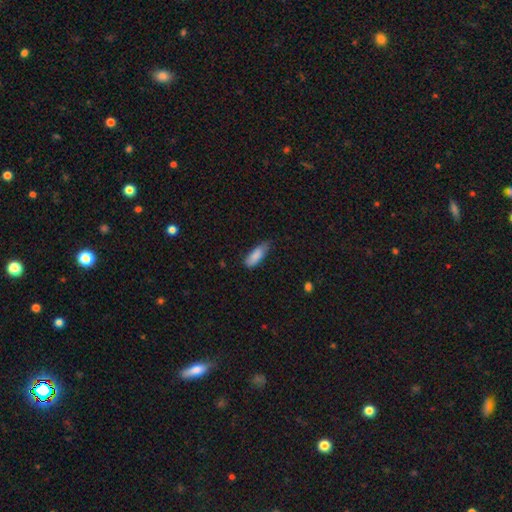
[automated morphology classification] Smooth or featured? Predicted: smooth (p=0.86). How rounded? Predicted: in between (p=0.71). Merging? Predicted: none (p=0.60).